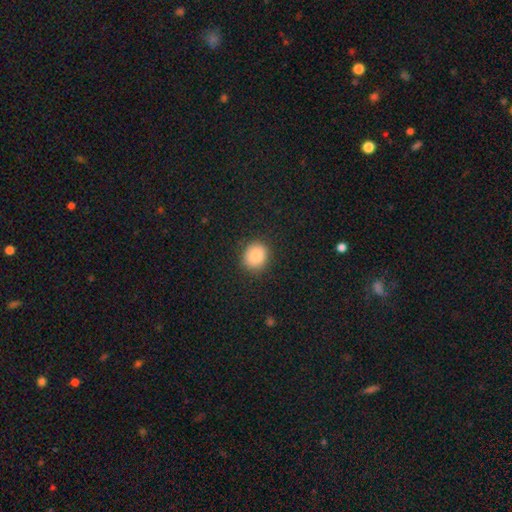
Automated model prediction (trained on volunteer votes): The model was most divided on "how rounded": round: 79%, in between: 20%, cigar-shaped: 1%. More confident: merging — none (88%); smooth or featured — smooth (83%).